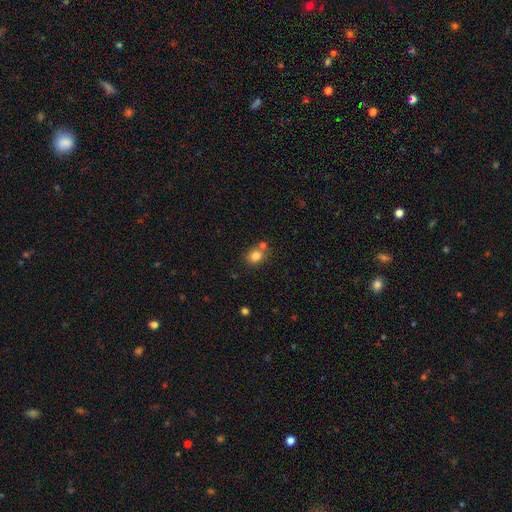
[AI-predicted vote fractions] Smooth or featured?
  - smooth: 81% *
  - star or artifact: 11%
  - featured or disk: 8%
How rounded?
  - round: 63% *
  - in between: 36%
  - cigar-shaped: 1%
Merging?
  - none: 63% *
  - merger: 22%
  - minor disturbance: 11%
  - major disturbance: 3%